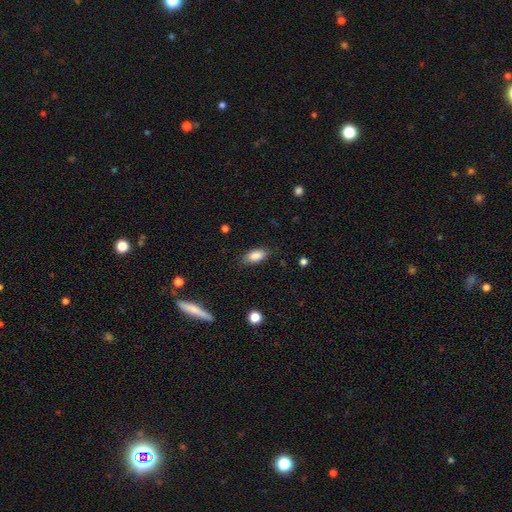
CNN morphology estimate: Smooth or featured?
  - smooth: 86% *
  - star or artifact: 7%
  - featured or disk: 7%
How rounded?
  - in between: 87% *
  - cigar-shaped: 10%
  - round: 3%
Merging?
  - none: 82% *
  - minor disturbance: 13%
  - major disturbance: 3%
  - merger: 1%